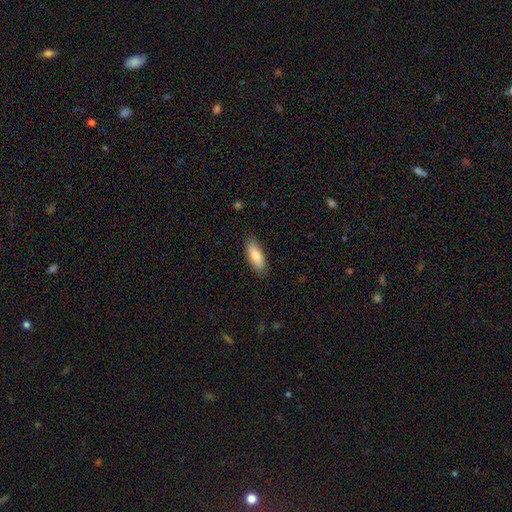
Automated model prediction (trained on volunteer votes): smooth_or_featured: smooth (p=0.78) [alt: featured or disk p=0.16]
how_rounded: in between (p=0.66) [alt: cigar-shaped p=0.32]
merging: none (p=0.87) [alt: minor disturbance p=0.10]